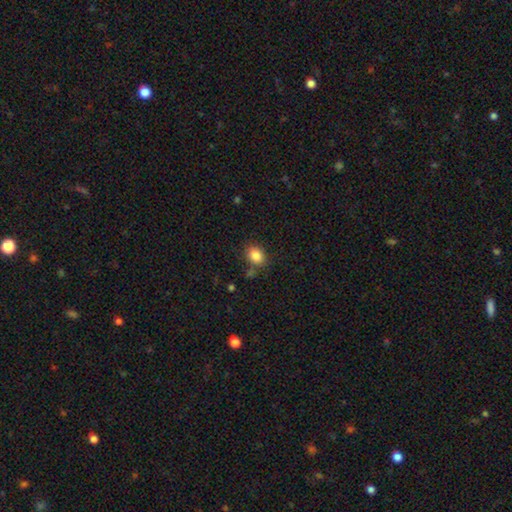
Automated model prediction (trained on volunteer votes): Smooth or featured?
  - smooth: 86% *
  - star or artifact: 9%
  - featured or disk: 5%
How rounded?
  - in between: 61% *
  - round: 38%
  - cigar-shaped: 1%
Merging?
  - none: 74% *
  - minor disturbance: 14%
  - merger: 7%
  - major disturbance: 4%